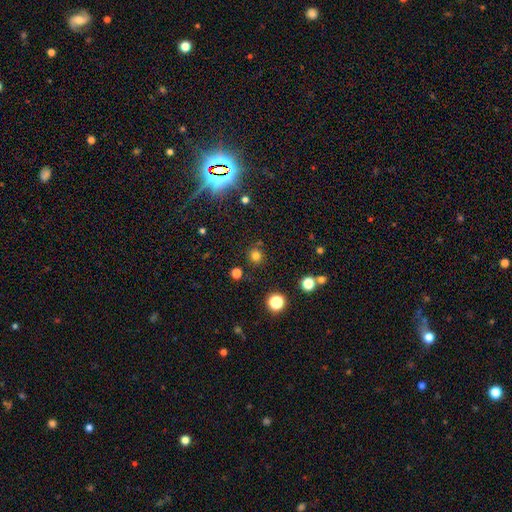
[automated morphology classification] Overall: smooth (76%). How rounded: round (91%). Merging: none (86%).